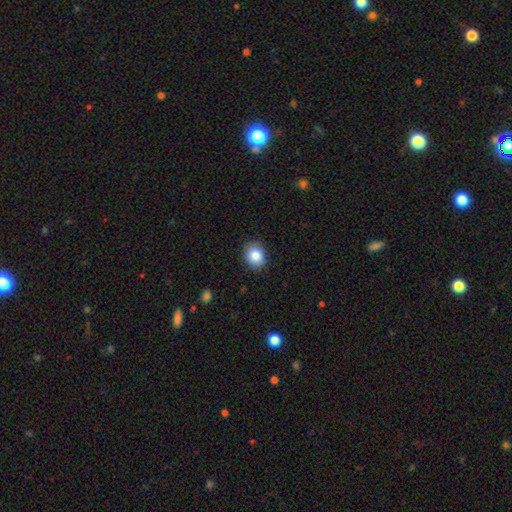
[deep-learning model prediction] A smooth galaxy with no disk features (85%) that is round (52%). Merging: none (88%).